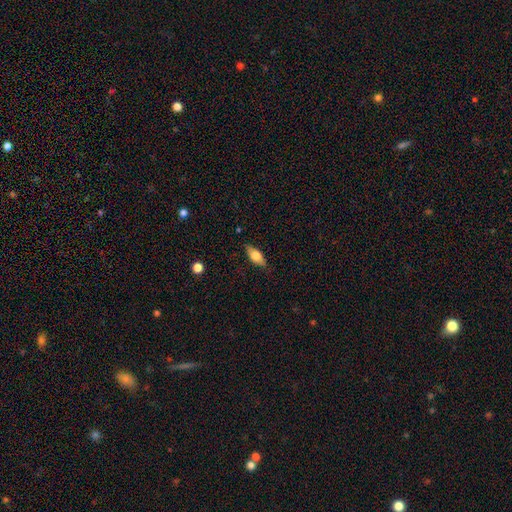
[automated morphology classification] Q: Smooth or featured?
A: smooth (64%); runner-up: featured or disk (29%)
Q: How rounded?
A: in between (78%); runner-up: cigar-shaped (18%)
Q: Merging?
A: none (83%); runner-up: minor disturbance (13%)